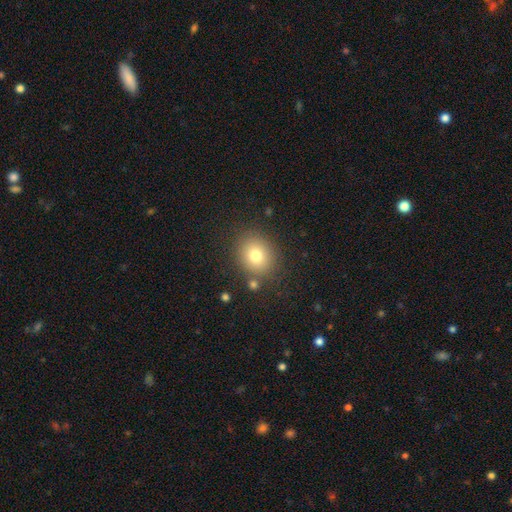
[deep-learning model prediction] Smooth or featured? Predicted: smooth (p=0.77). How rounded? Predicted: round (p=0.72). Merging? Predicted: none (p=0.82).